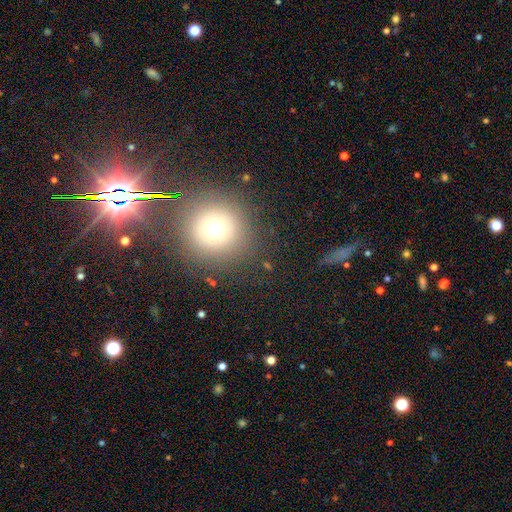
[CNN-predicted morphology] Smooth or featured?
  - star or artifact: 54% *
  - smooth: 34%
  - featured or disk: 12%